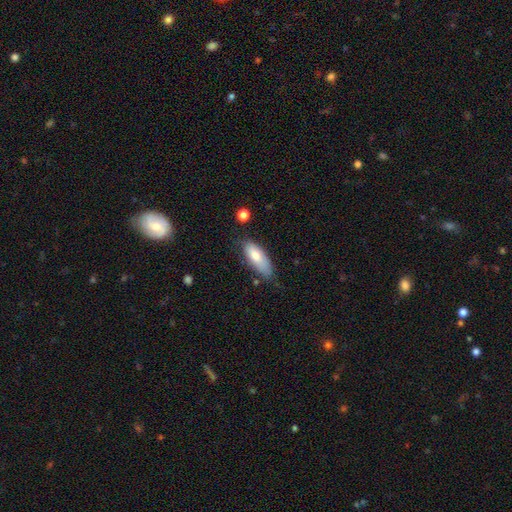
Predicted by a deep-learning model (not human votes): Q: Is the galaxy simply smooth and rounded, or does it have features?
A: smooth — 78%.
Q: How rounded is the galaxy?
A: in between — 77%.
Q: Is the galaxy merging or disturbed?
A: none — 60%.